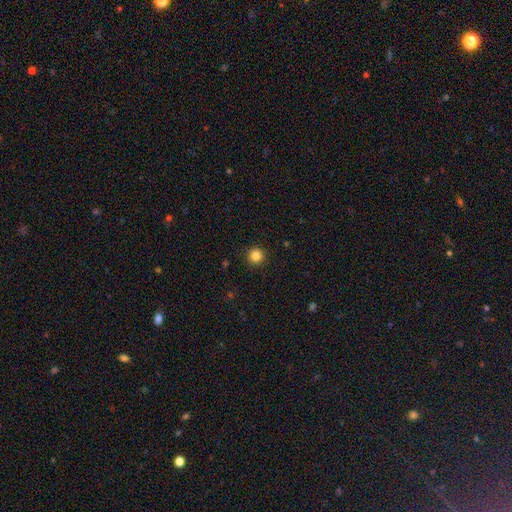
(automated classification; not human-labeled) A smooth galaxy with no disk features (85%) that is round (96%).

Vote fractions:
- Smooth or featured? smooth: 85% / star or artifact: 12% / featured or disk: 4%
- How rounded? round: 96% / in between: 4% / cigar-shaped: 1%
- Merging? none: 92% / minor disturbance: 5% / major disturbance: 2% / merger: 1%